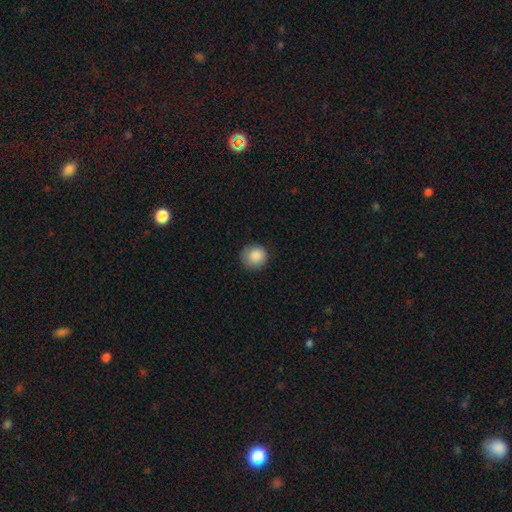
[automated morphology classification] Overall: smooth (87%). How rounded: round (89%). Merging: none (79%).